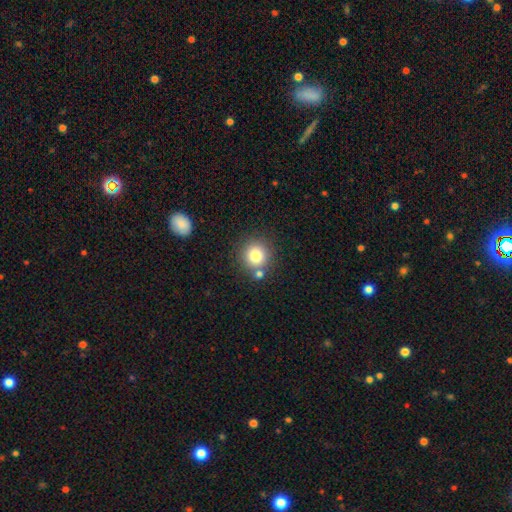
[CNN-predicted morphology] smooth-or-featured: smooth: 80% | star or artifact: 12% | featured or disk: 9%
  how-rounded: round: 91% | in between: 8% | cigar-shaped: 1%
  merging: none: 74% | merger: 14% | minor disturbance: 9% | major disturbance: 3%